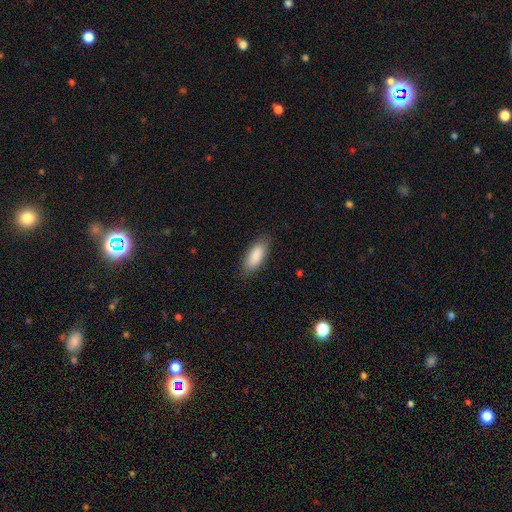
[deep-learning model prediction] This appears to be a smooth galaxy with no disk features (89%) that is in between round and cigar-shaped (82%). Merging: none (83%).